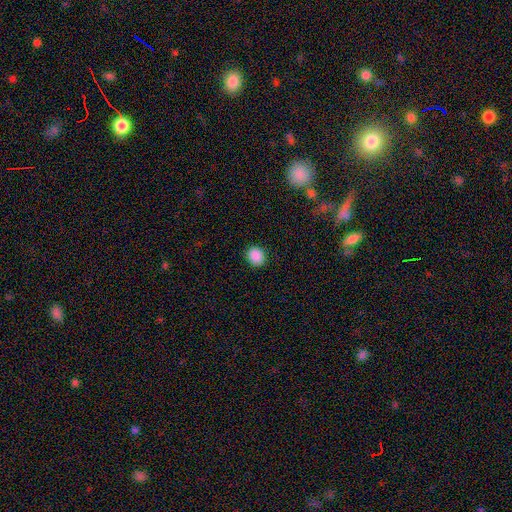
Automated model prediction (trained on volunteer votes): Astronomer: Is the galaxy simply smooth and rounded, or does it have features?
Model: smooth — 89%.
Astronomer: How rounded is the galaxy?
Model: round — 71%.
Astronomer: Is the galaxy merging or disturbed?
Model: none — 90%.